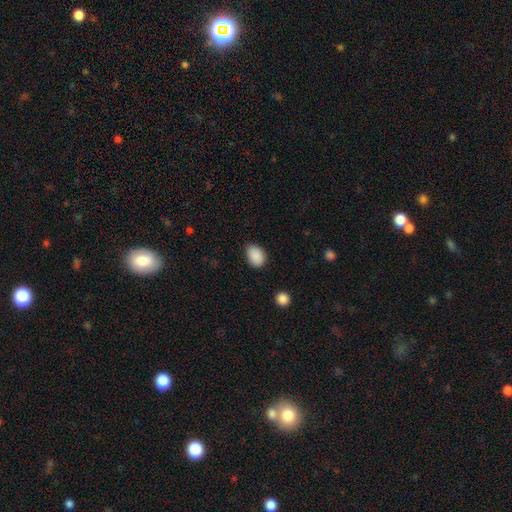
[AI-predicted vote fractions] smooth 89%, star or artifact 8%, featured or disk 3%. Down the decision tree: how rounded — in between (72%); merging — none (81%).